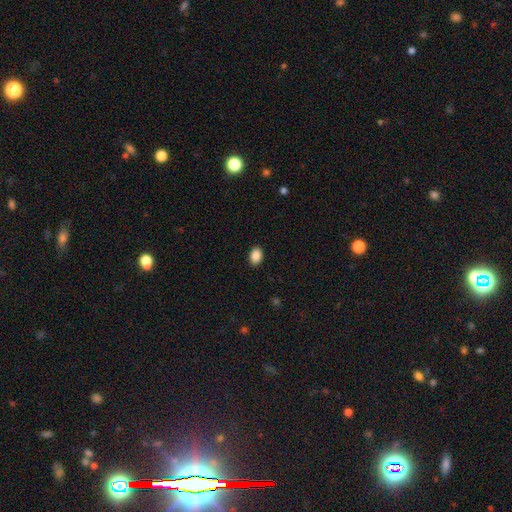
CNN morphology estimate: smooth_or_featured: smooth (p=0.88) [alt: star or artifact p=0.08]
how_rounded: in between (p=0.78) [alt: round p=0.21]
merging: none (p=0.90) [alt: minor disturbance p=0.07]